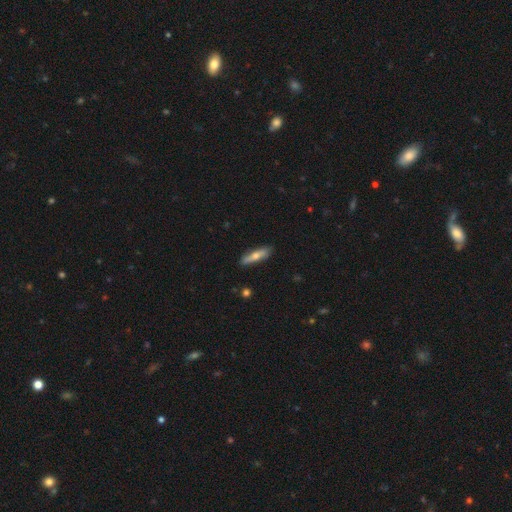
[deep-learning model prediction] Smooth or featured?
  - smooth: 58% *
  - featured or disk: 36%
  - star or artifact: 6%
How rounded?
  - cigar-shaped: 76% *
  - in between: 21%
  - round: 2%
Merging?
  - none: 87% *
  - minor disturbance: 10%
  - major disturbance: 2%
  - merger: 1%